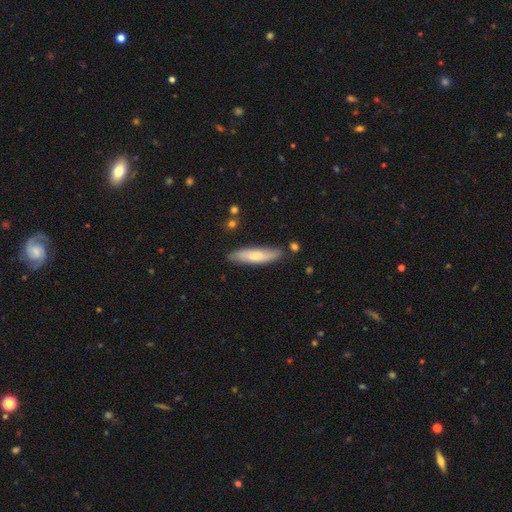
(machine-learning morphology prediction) smooth_or_featured: smooth (p=0.62) [alt: featured or disk p=0.32]
how_rounded: cigar-shaped (p=0.70) [alt: in between p=0.28]
merging: none (p=0.82) [alt: minor disturbance p=0.13]